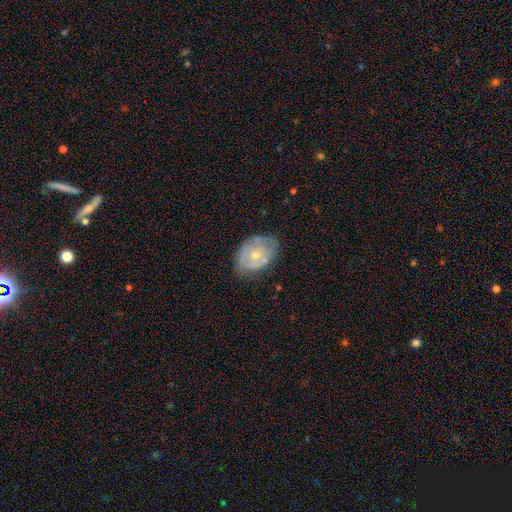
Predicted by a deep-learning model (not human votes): The model was most divided on "smooth or featured": featured or disk: 50%, smooth: 44%, star or artifact: 7%. More confident: merging — none (58%).